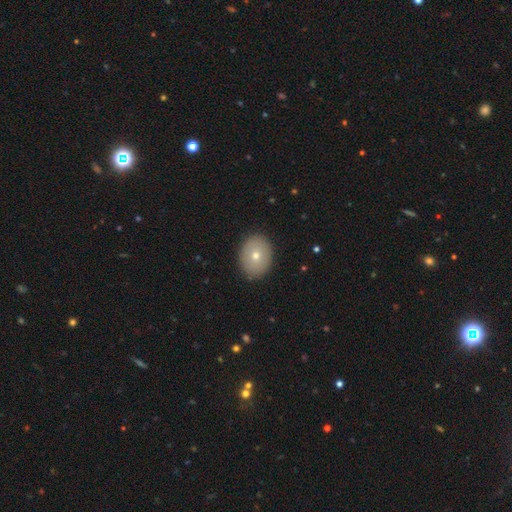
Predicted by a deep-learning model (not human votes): smooth-or-featured: smooth: 68% | featured or disk: 23% | star or artifact: 9%
  how-rounded: in between: 58% | round: 41% | cigar-shaped: 1%
  merging: none: 90% | minor disturbance: 7% | major disturbance: 2% | merger: 1%